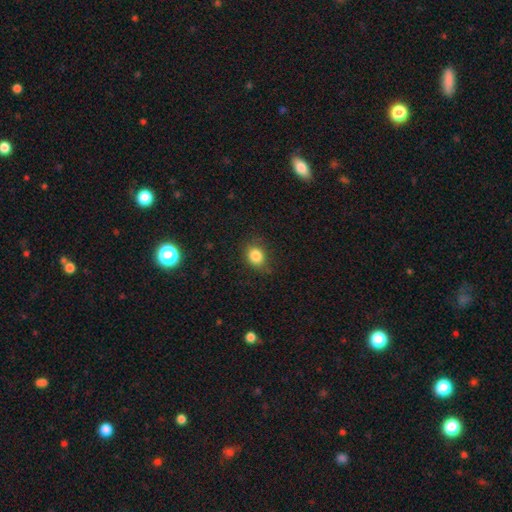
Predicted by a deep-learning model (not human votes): smooth 84%, star or artifact 10%, featured or disk 6%. Down the decision tree: how rounded — round (59%); merging — none (77%).